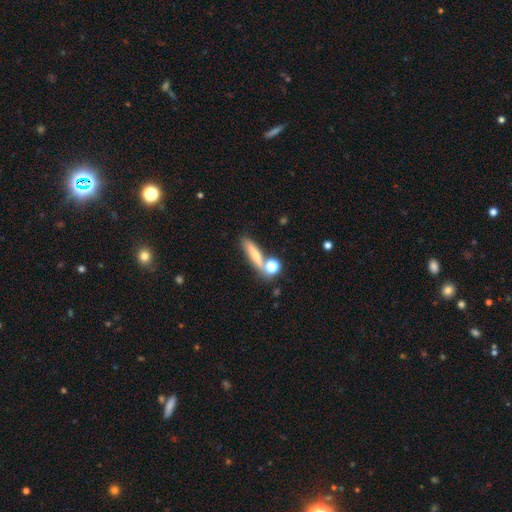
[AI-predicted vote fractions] The model was most divided on "smooth or featured": smooth: 61%, featured or disk: 27%, star or artifact: 12%. More confident: how rounded — cigar-shaped (62%); merging — none (62%).